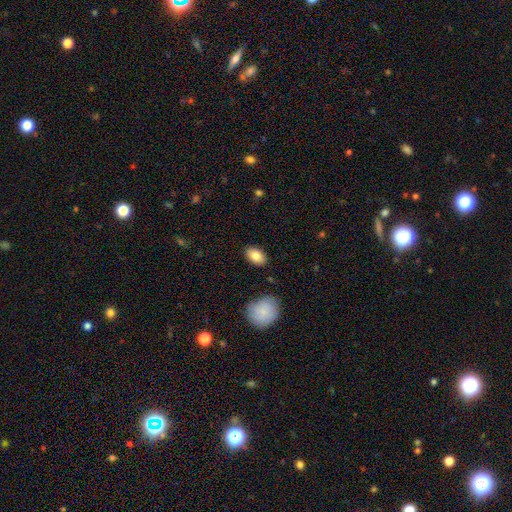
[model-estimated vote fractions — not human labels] A smooth galaxy with no disk features (83%) that is in between round and cigar-shaped (89%). Merging: none (86%).